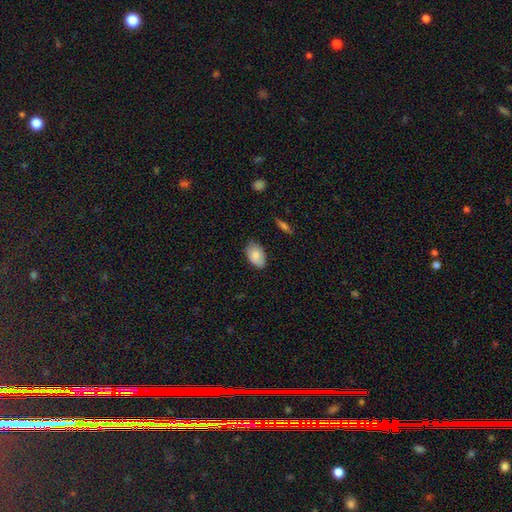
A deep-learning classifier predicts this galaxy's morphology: smooth 84%, featured or disk 10%, star or artifact 7%. Down the decision tree: how rounded — in between (92%); merging — none (80%).